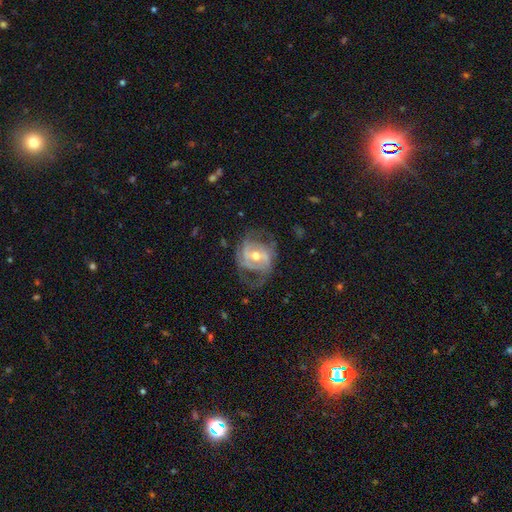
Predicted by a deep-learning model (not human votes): This is clearly a featured or disk galaxy (81%). It is clearly not viewed edge-on (96%). Bar: marginally weak (42%). Spiral arm pattern: clearly yes (85%). Spiral arm count: possibly 2 (59%). Spiral winding: marginally medium (45%). Central bulge: likely moderate (67%). Merging: possibly none (53%).